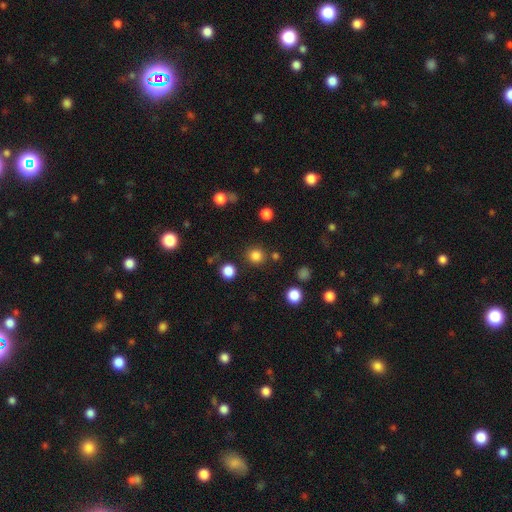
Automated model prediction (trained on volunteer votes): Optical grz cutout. It shows a smooth galaxy with no disk features (82%) that is round (92%). Merging: none (87%).